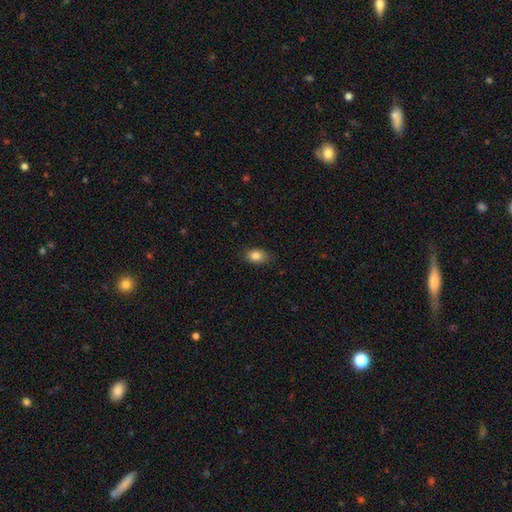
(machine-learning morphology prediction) Overall: smooth (84%). How rounded: in between (81%). Merging: none (83%).